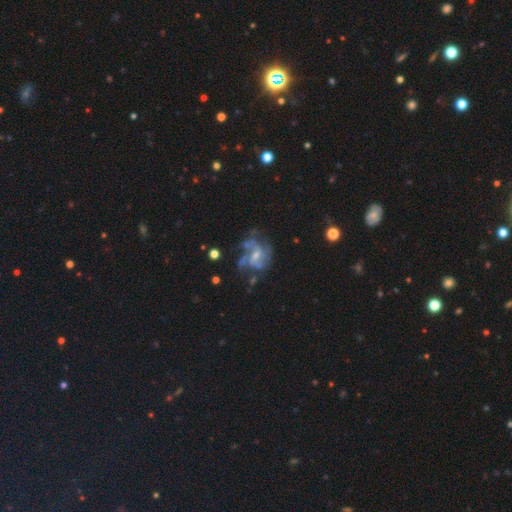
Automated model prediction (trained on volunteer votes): Morphology: type=featured or disk (79%); edge-on=no (98%); bar=weak (46%); spiral arms=yes (83%); winding=medium (48%); arm count=3 (29%, tied with can't tell); bulge=small (45%); merging=none (45%).